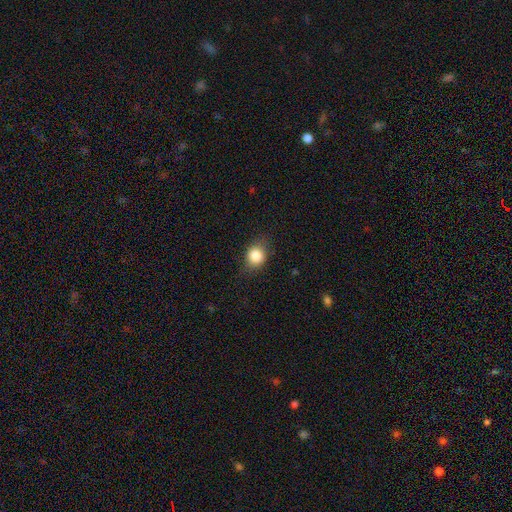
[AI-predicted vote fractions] Smooth or featured? smooth (84%)
How rounded? round (61%)
Merging? none (76%)